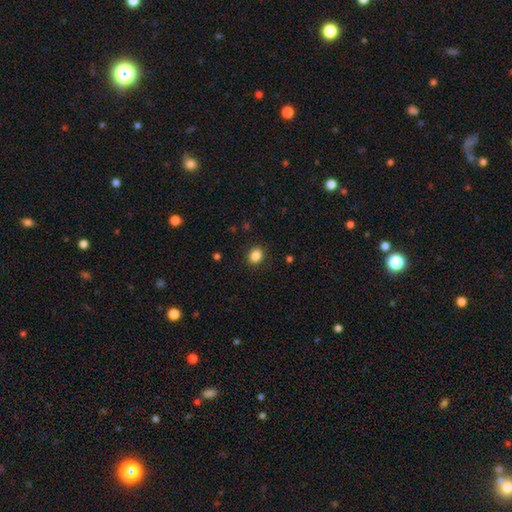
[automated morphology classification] Overall: smooth (86%). How rounded: round (67%; in between 32%). Merging: none (90%).